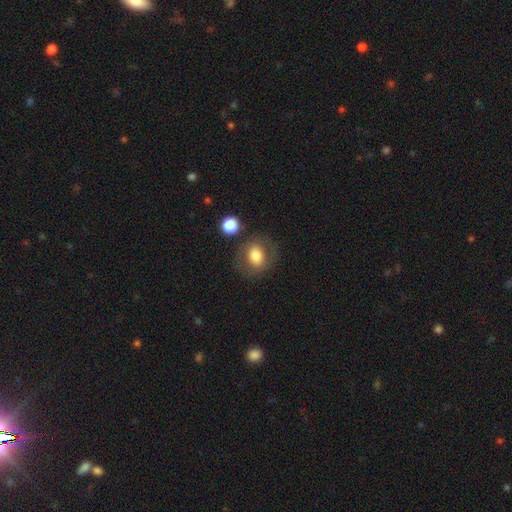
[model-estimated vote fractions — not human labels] Morphology: type=smooth (70%); roundness=round (50%); merging=none (74%).